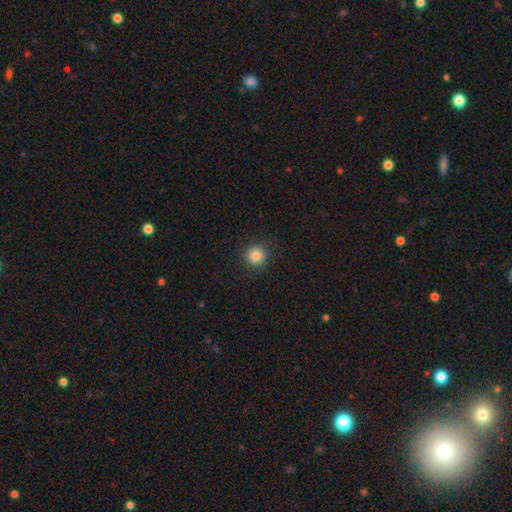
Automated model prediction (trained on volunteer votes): Q: Smooth or featured?
A: smooth (84%); runner-up: star or artifact (11%)
Q: How rounded?
A: round (94%); runner-up: in between (5%)
Q: Merging?
A: none (90%); runner-up: minor disturbance (7%)